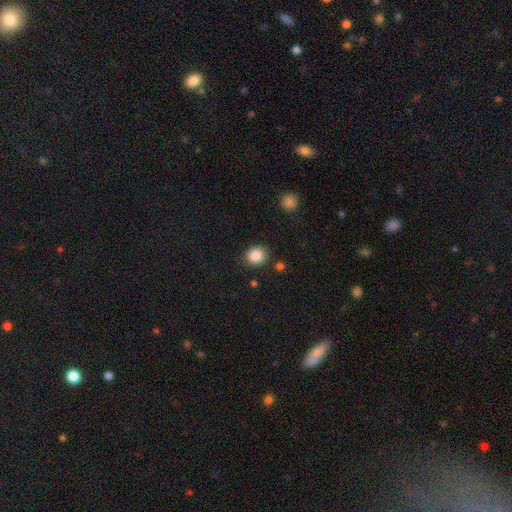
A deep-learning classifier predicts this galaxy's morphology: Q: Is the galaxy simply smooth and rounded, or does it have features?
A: smooth — 87%.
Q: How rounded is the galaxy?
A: round — 74%.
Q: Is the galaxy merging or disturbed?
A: none — 82%.